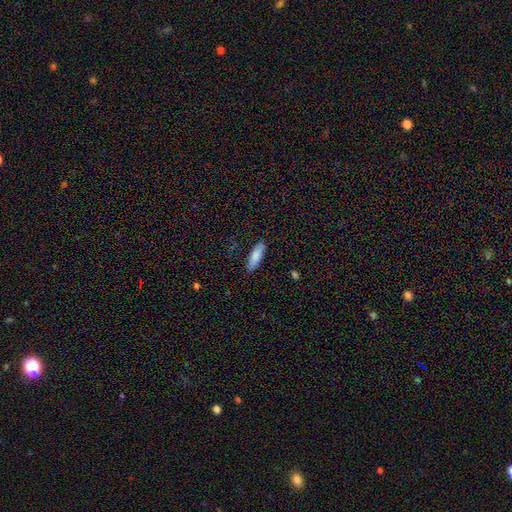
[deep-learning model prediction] smooth 84%, featured or disk 10%, star or artifact 6%. Down the decision tree: how rounded — in between (50%); merging — none (84%).